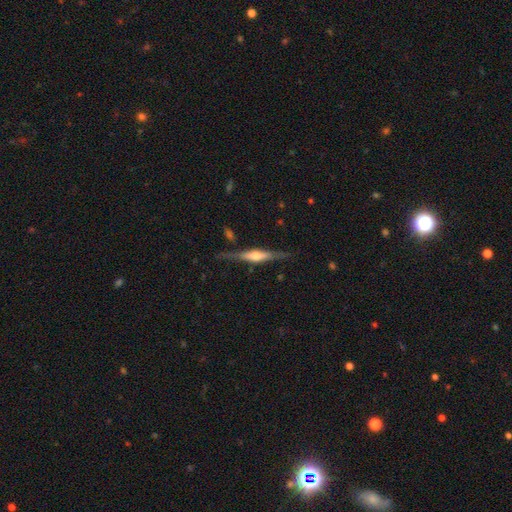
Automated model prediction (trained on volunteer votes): Smooth or featured?
  - featured or disk: 74% *
  - smooth: 20%
  - star or artifact: 6%
Edge-on disk?
  - yes: 97% *
  - no: 3%
Edge-on bulge?
  - rounded: 79% *
  - boxy: 17%
  - none: 4%
Merging?
  - none: 81% *
  - minor disturbance: 13%
  - major disturbance: 4%
  - merger: 2%